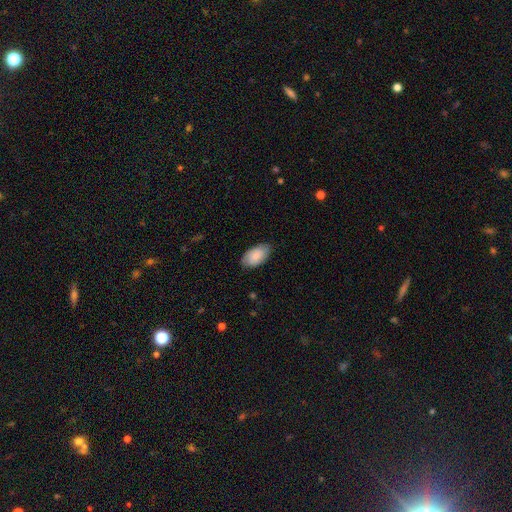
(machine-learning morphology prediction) This appears to be a smooth galaxy with no disk features (86%) that is in between round and cigar-shaped (96%). Merging: none (82%).